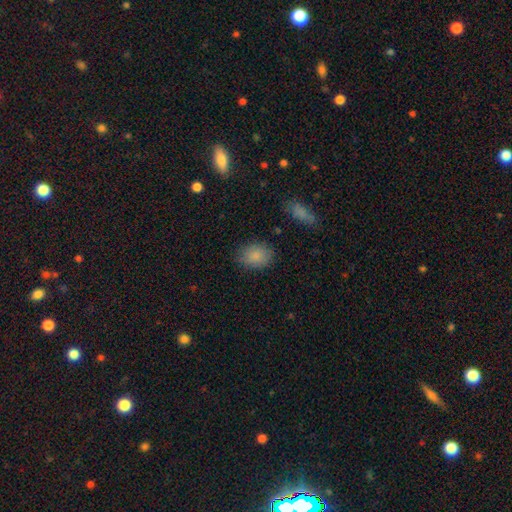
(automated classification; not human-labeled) smooth-or-featured: smooth: 86% | star or artifact: 8% | featured or disk: 6%
  how-rounded: in between: 60% | round: 38% | cigar-shaped: 1%
  merging: none: 80% | minor disturbance: 15% | major disturbance: 3% | merger: 2%